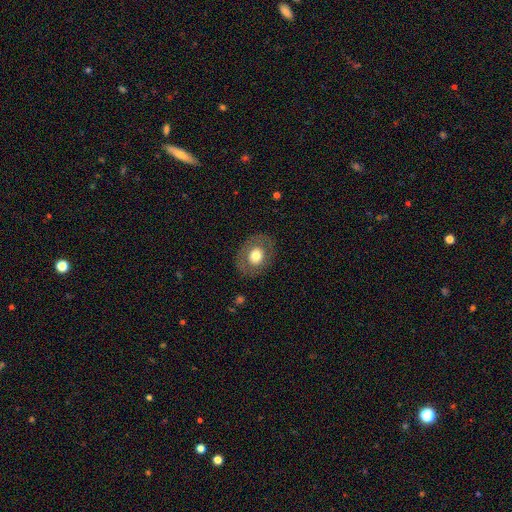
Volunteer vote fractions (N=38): smooth 71%, featured or disk 26%, star or artifact 3%. Down the decision tree: how rounded — in between (63%); merging — none (81%).